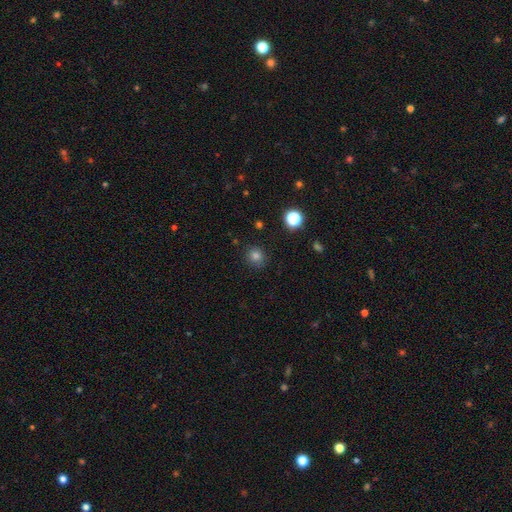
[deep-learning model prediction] smooth 78%, star or artifact 16%, featured or disk 6%. Down the decision tree: how rounded — round (86%); merging — none (87%).